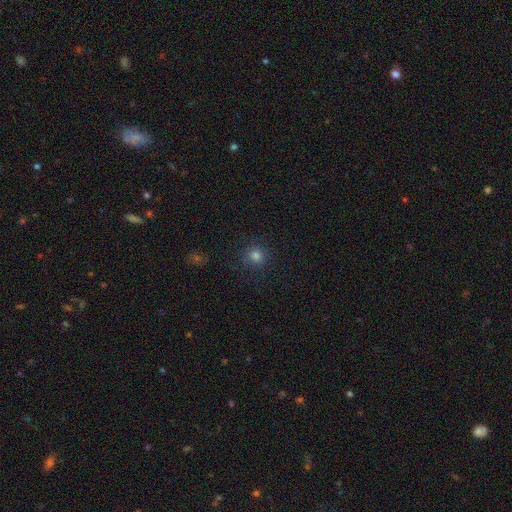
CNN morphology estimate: smooth_or_featured: smooth (p=0.80) [alt: star or artifact p=0.15]
how_rounded: round (p=0.93) [alt: in between p=0.06]
merging: none (p=0.88) [alt: minor disturbance p=0.08]